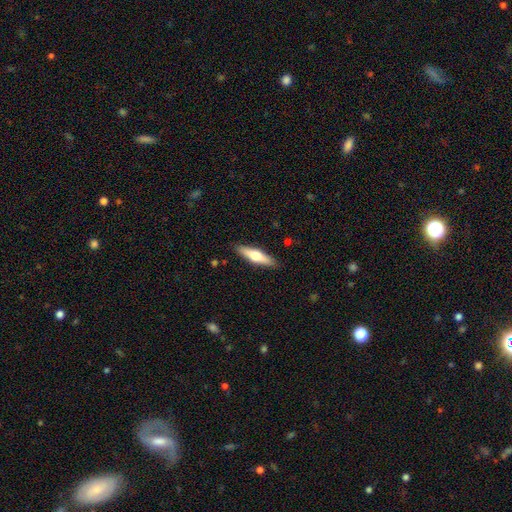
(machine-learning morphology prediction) Smooth or featured?
  - smooth: 48% *
  - featured or disk: 46%
  - star or artifact: 5%
Merging?
  - none: 89% *
  - minor disturbance: 8%
  - major disturbance: 2%
  - merger: 1%